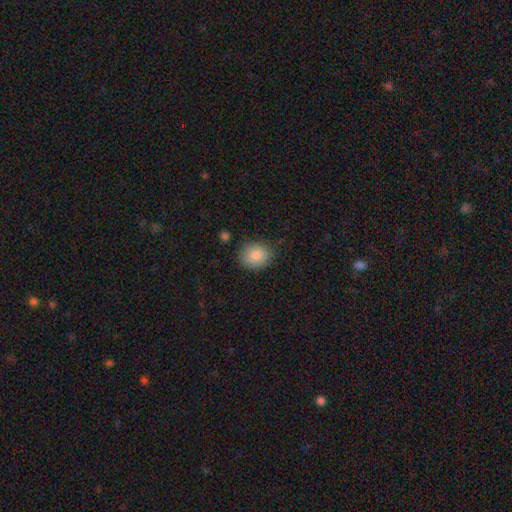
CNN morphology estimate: This is clearly a smooth galaxy (85%). How rounded: likely round (65%). Merging: clearly none (80%).